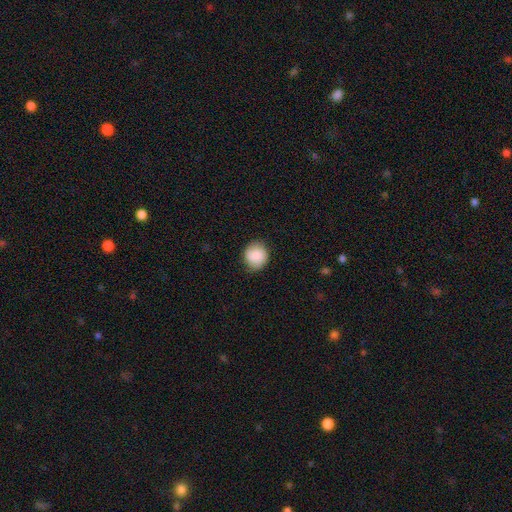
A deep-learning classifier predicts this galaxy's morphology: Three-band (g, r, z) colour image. It shows a smooth galaxy with no disk features (86%) that is round (80%). Merging: none (82%).